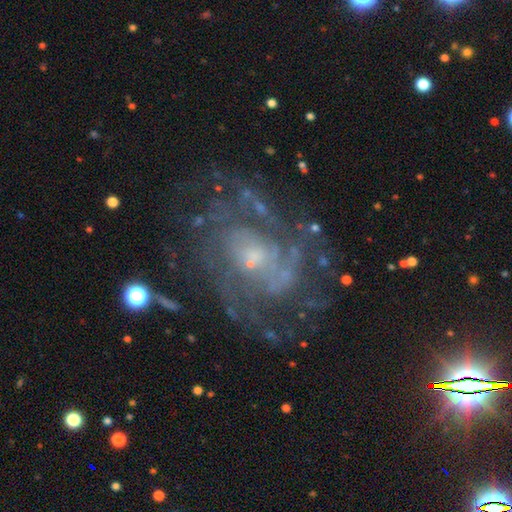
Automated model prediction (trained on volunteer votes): The model was most divided on "spiral winding": tight: 48%, medium: 40%, loose: 12%. Remaining: edge-on disk — no (97%); spiral arms — yes (92%); smooth or featured — featured or disk (85%); merging — none (67%); bulge size — small (66%); bar — no (62%); spiral arm count — can't tell (32%).